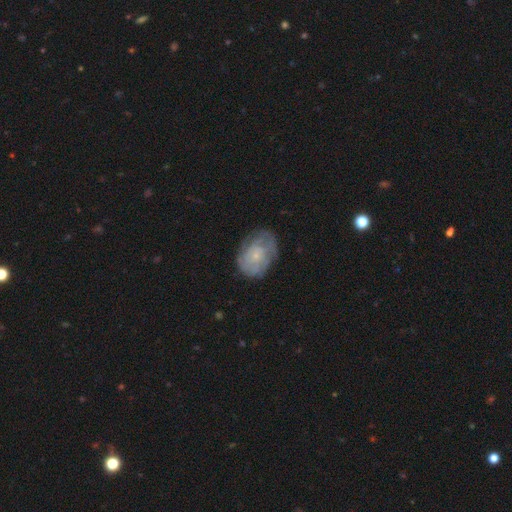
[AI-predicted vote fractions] Smooth or featured? featured or disk (57%)
Edge-on disk? no (97%)
Bar? no (84%)
Spiral arms? yes (72%)
Bulge size? small (74%)
Merging? none (65%)